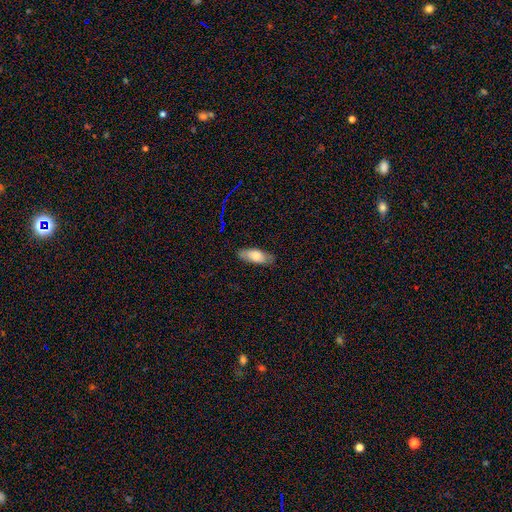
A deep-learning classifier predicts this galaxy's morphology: Smooth or featured? Predicted: smooth (p=0.73). How rounded? Predicted: in between (p=0.76). Merging? Predicted: none (p=0.81).